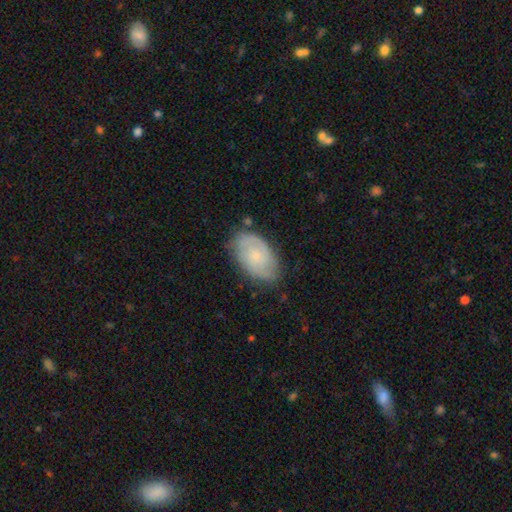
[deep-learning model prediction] Morphology: type=featured or disk (58%); edge-on=no (96%); bar=no (73%); spiral arms=yes (87%); bulge=small (70%); merging=none (74%).